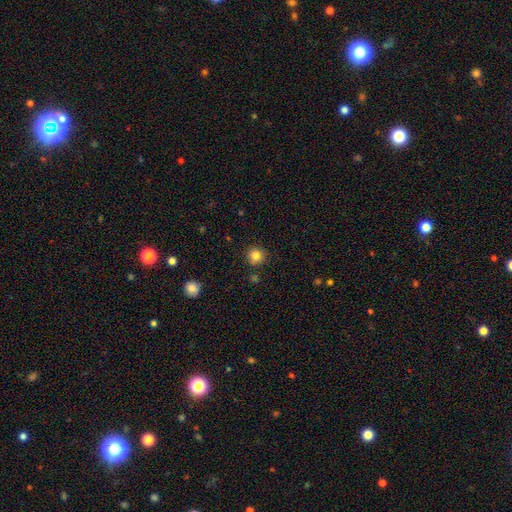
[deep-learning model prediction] A smooth galaxy with no disk features (84%) that is round (93%).

Vote fractions:
- Smooth or featured? smooth: 84% / star or artifact: 11% / featured or disk: 5%
- How rounded? round: 93% / in between: 6% / cigar-shaped: 1%
- Merging? none: 86% / minor disturbance: 8% / merger: 3% / major disturbance: 2%